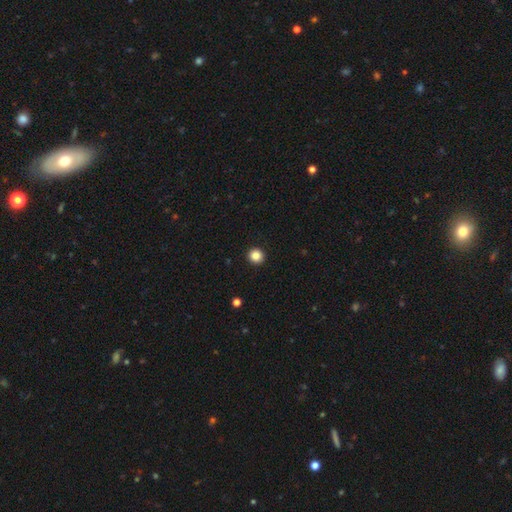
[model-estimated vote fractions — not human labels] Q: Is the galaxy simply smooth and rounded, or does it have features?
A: smooth — 86%.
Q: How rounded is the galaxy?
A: round — 94%.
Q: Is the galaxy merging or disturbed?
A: none — 93%.